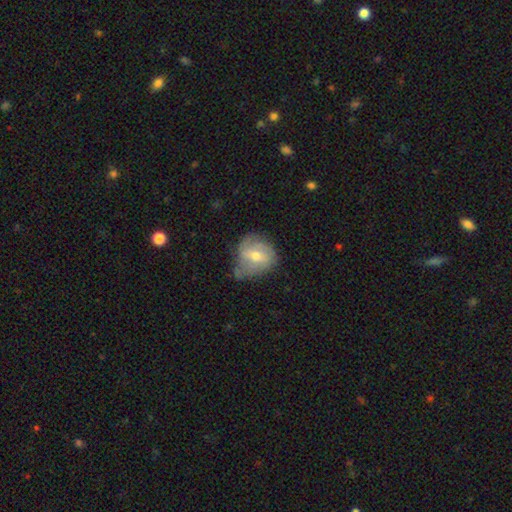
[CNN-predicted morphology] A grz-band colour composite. It shows a featured or disk galaxy (54%) with a weak bar (48%), spiral arms (73%) and a moderate central bulge (61%). Merging: none (48%).